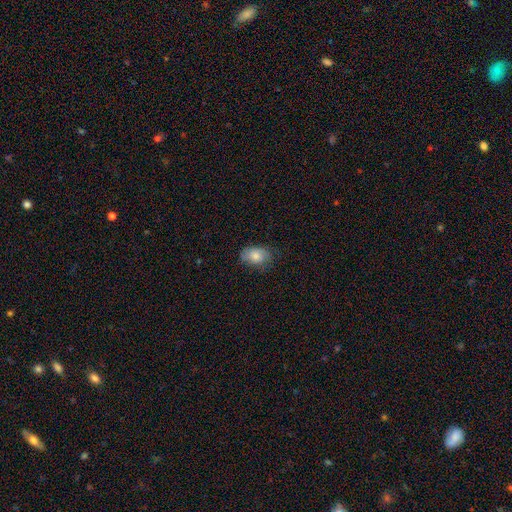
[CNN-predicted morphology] This appears to be a smooth galaxy with no disk features (76%) that is in between round and cigar-shaped (85%). Merging: none (68%).